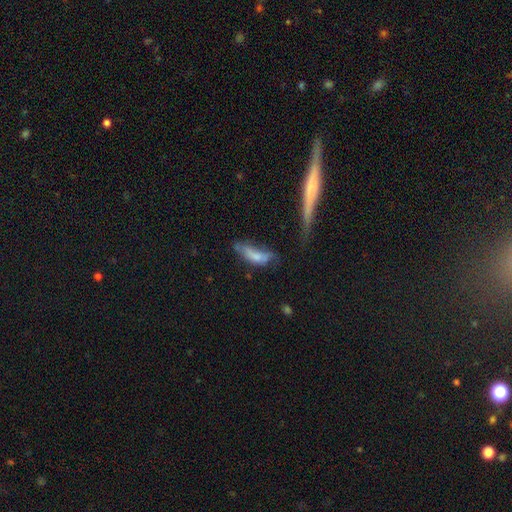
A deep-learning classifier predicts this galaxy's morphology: Q: Smooth or featured?
A: smooth (63%); runner-up: featured or disk (27%)
Q: How rounded?
A: in between (59%); runner-up: cigar-shaped (38%)
Q: Merging?
A: major disturbance (31%); runner-up: none (28%)